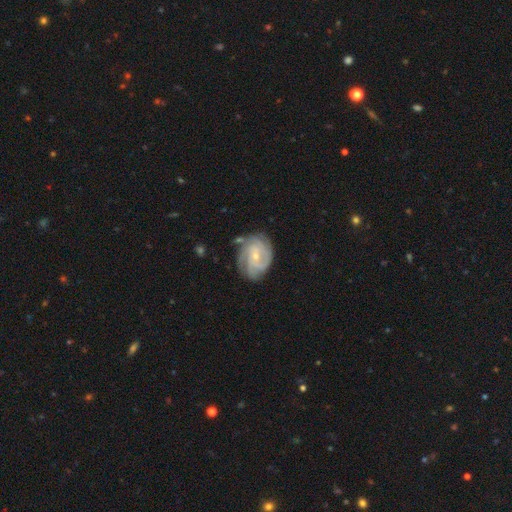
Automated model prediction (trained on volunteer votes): Q: Smooth or featured?
A: featured or disk (83%); runner-up: smooth (11%)
Q: Edge-on disk?
A: no (97%); runner-up: yes (3%)
Q: Bar?
A: no (63%); runner-up: weak (31%)
Q: Spiral arms?
A: yes (96%); runner-up: no (4%)
Q: Spiral winding?
A: tight (64%); runner-up: medium (29%)
Q: Spiral arm count?
A: 3 (29%); runner-up: 4 (27%)
Q: Bulge size?
A: small (69%); runner-up: moderate (27%)
Q: Merging?
A: none (69%); runner-up: minor disturbance (20%)